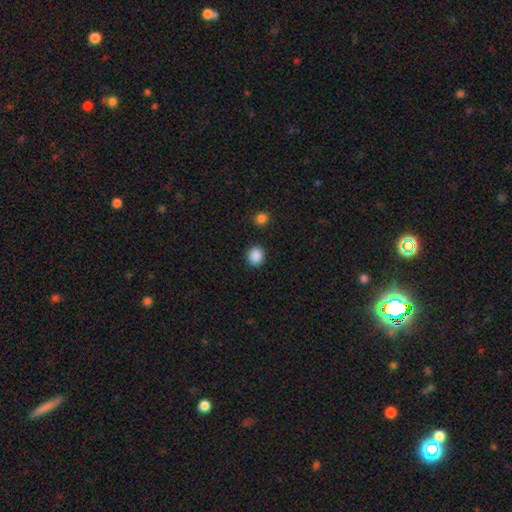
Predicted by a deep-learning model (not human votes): Smooth or featured: smooth — 88% (star or artifact — 9%)
How rounded: round — 79% (in between — 20%)
Merging: none — 90% (minor disturbance — 6%)